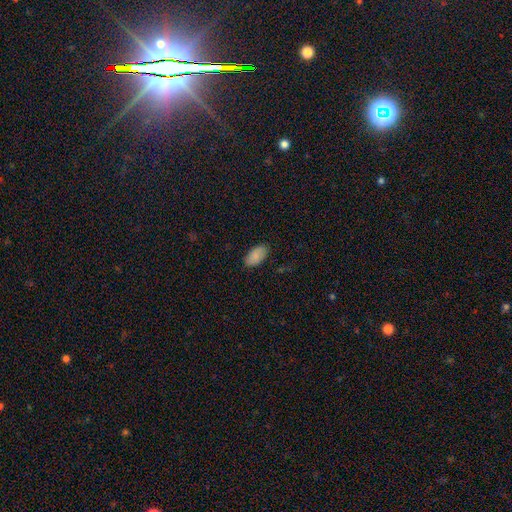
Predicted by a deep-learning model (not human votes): Smooth or featured? Predicted: smooth (p=0.88). How rounded? Predicted: in between (p=0.95). Merging? Predicted: none (p=0.85).